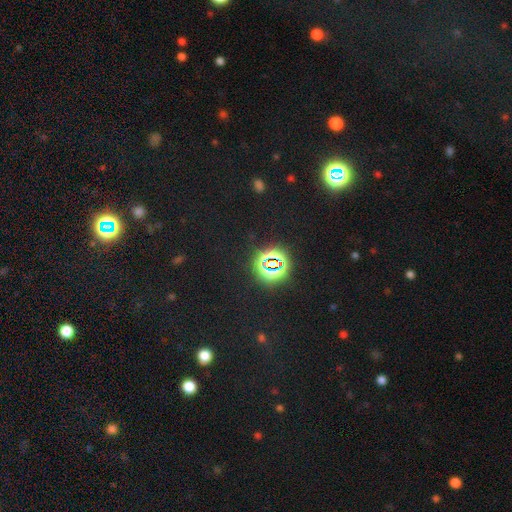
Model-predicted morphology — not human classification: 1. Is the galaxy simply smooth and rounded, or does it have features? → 75% star or artifact, 17% smooth, 8% featured or disk.